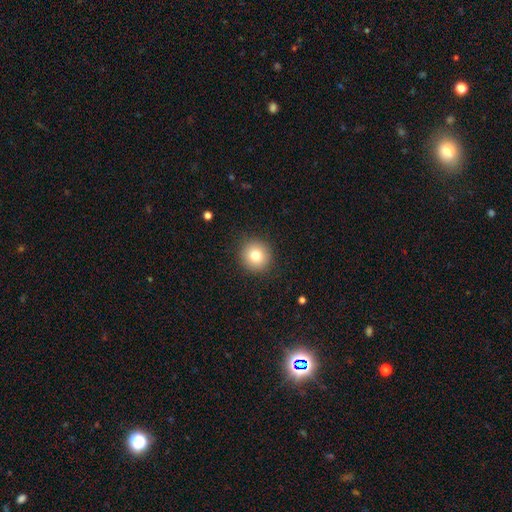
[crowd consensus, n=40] Q: Smooth or featured?
A: smooth (85%); runner-up: featured or disk (8%)
Q: How rounded?
A: round (97%); runner-up: in between (3%)
Q: Merging?
A: none (95%); runner-up: minor disturbance (5%)